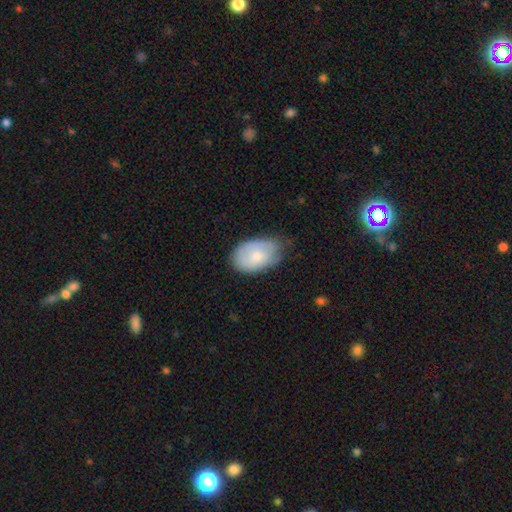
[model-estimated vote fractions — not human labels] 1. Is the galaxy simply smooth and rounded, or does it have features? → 69% smooth, 25% featured or disk, 6% star or artifact.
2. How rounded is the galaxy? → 90% in between, 9% round, 1% cigar-shaped.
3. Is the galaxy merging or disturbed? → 58% none, 33% minor disturbance, 7% major disturbance, 1% merger.